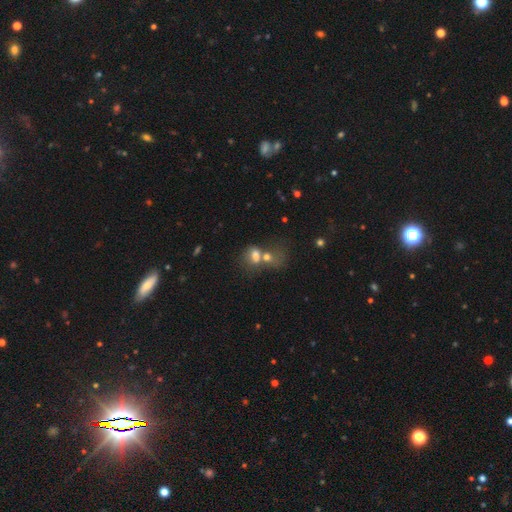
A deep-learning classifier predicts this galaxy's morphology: A smooth galaxy with no disk features (64%) that is in between round and cigar-shaped (67%).

Vote fractions:
- Smooth or featured? smooth: 64% / featured or disk: 23% / star or artifact: 13%
- How rounded? in between: 67% / round: 30% / cigar-shaped: 2%
- Merging? merger: 64% / none: 16% / major disturbance: 12% / minor disturbance: 8%